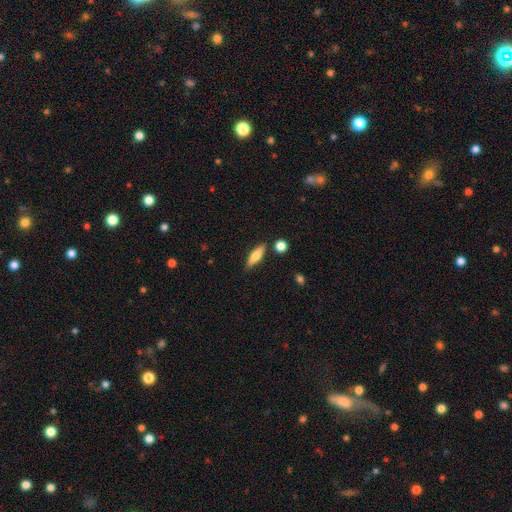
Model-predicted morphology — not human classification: Overall: smooth (57%; featured or disk 36%). How rounded: cigar-shaped (60%; in between 37%). Merging: none (82%).